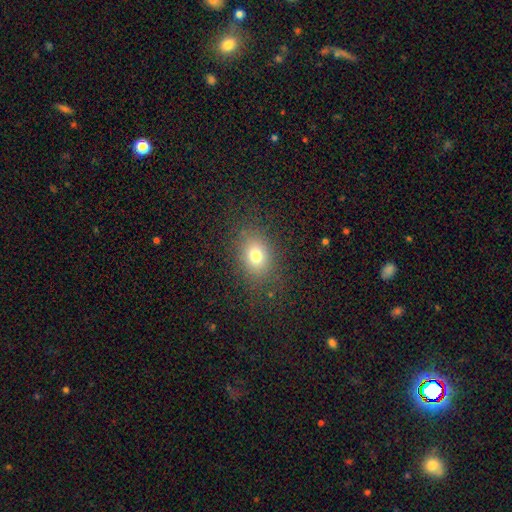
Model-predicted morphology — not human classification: smooth 75%, star or artifact 14%, featured or disk 11%. Down the decision tree: how rounded — in between (65%); merging — none (81%).